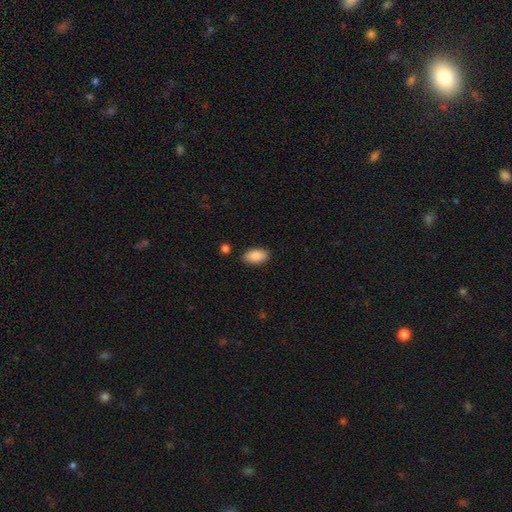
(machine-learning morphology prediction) Smooth or featured? smooth (89%)
How rounded? in between (94%)
Merging? none (87%)